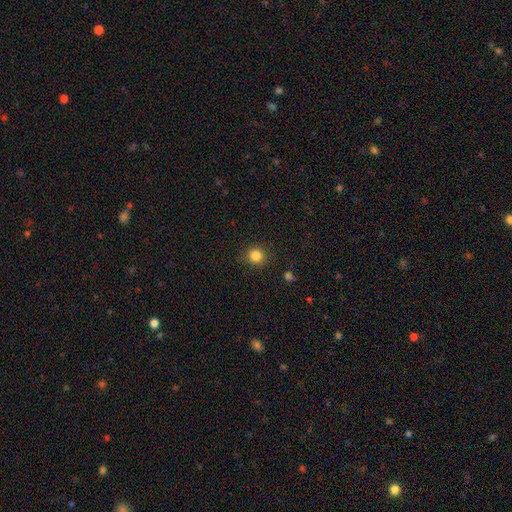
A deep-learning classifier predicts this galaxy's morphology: The model was most divided on "smooth or featured": smooth: 84%, star or artifact: 11%, featured or disk: 4%. More confident: how rounded — round (89%); merging — none (88%).